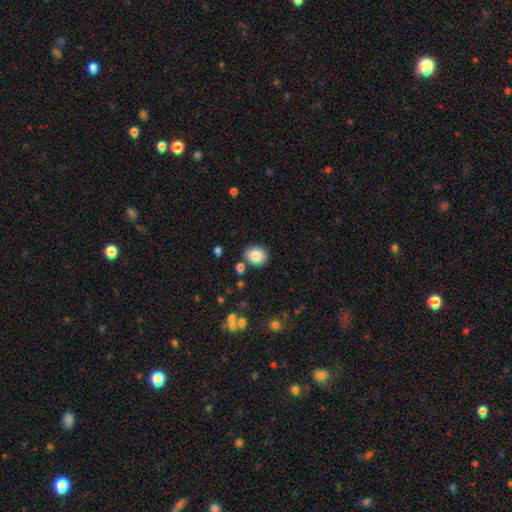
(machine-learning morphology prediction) Overall: smooth (86%). How rounded: round (64%; in between 35%). Merging: none (76%).